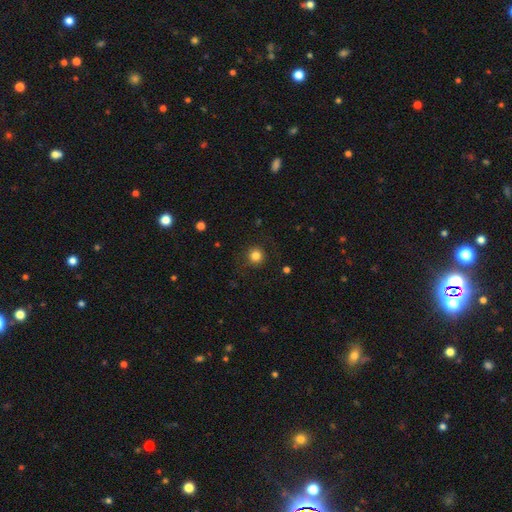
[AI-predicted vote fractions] A smooth galaxy with no disk features (83%) that is round (94%).

Vote fractions:
- Smooth or featured? smooth: 83% / star or artifact: 12% / featured or disk: 5%
- How rounded? round: 94% / in between: 5% / cigar-shaped: 1%
- Merging? none: 86% / minor disturbance: 9% / major disturbance: 4% / merger: 1%